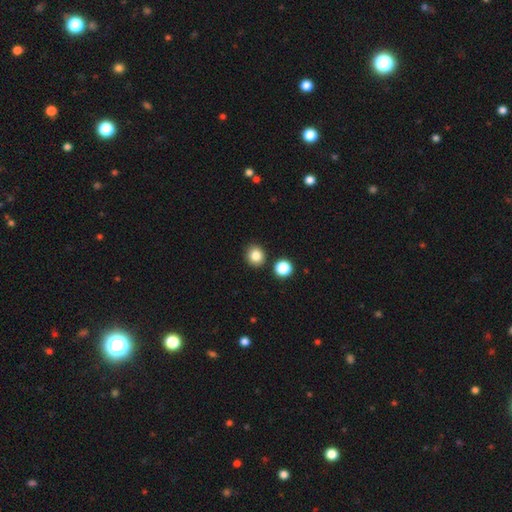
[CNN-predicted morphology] The model was most divided on "how rounded": round: 86%, in between: 13%, cigar-shaped: 1%. More confident: merging — none (87%); smooth or featured — smooth (85%).